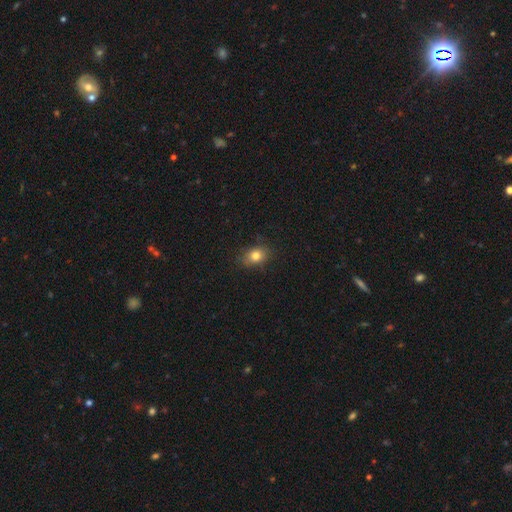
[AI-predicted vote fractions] Overall: smooth (81%). How rounded: in between (61%; round 37%). Merging: none (82%).